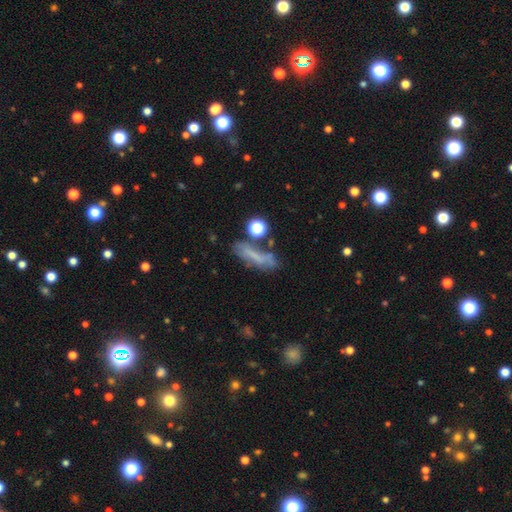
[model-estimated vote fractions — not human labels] smooth-or-featured: smooth: 54% | featured or disk: 30% | star or artifact: 16%
  how-rounded: cigar-shaped: 59% | in between: 34% | round: 7%
  merging: none: 49% | minor disturbance: 23% | major disturbance: 17% | merger: 11%